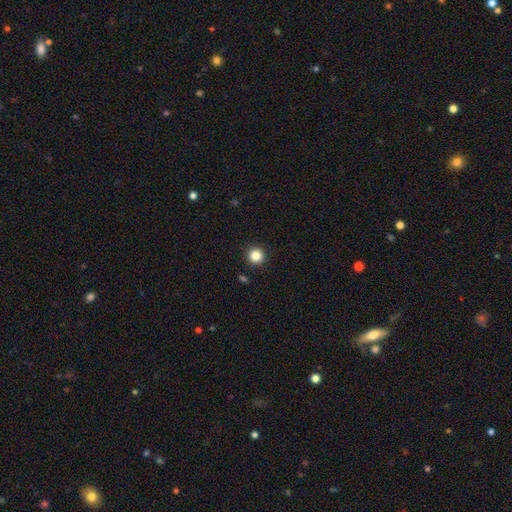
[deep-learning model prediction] Smooth or featured: smooth — 85% (star or artifact — 11%)
How rounded: round — 95% (in between — 4%)
Merging: none — 93% (minor disturbance — 5%)